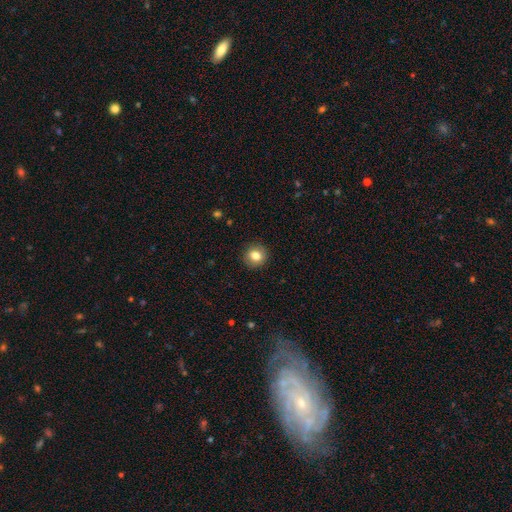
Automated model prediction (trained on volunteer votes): Smooth or featured: smooth — 81% (featured or disk — 9%)
How rounded: round — 88% (in between — 11%)
Merging: none — 91% (minor disturbance — 6%)